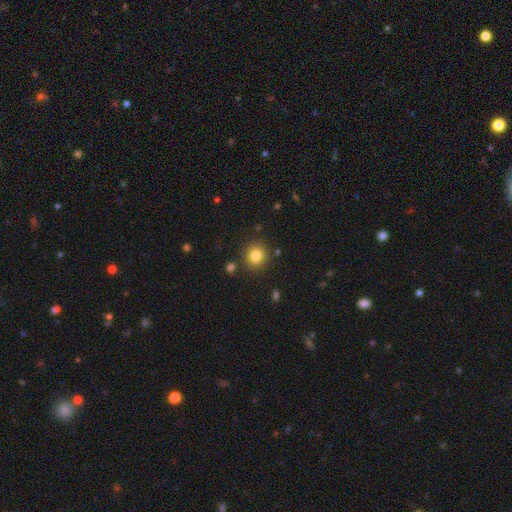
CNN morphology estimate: smooth-or-featured: smooth: 83% | star or artifact: 11% | featured or disk: 6%
  how-rounded: round: 88% | in between: 11% | cigar-shaped: 1%
  merging: none: 87% | minor disturbance: 7% | merger: 3% | major disturbance: 3%